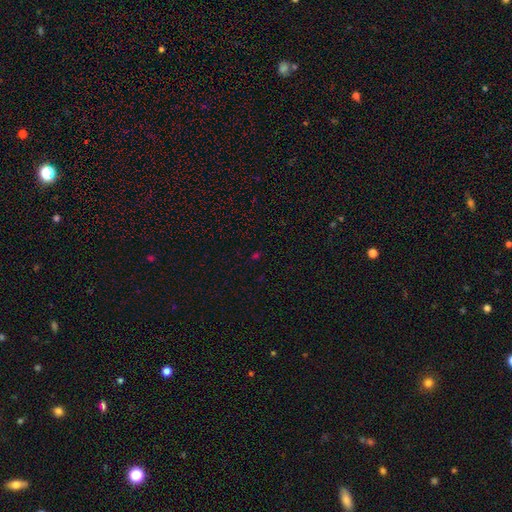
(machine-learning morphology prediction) Smooth or featured? star or artifact (57%)